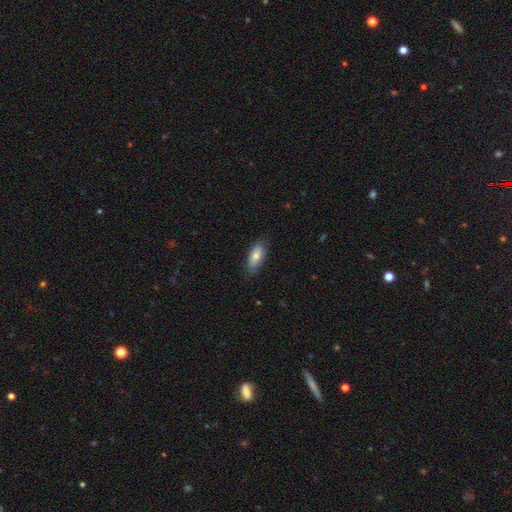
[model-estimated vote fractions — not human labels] Smooth or featured: smooth — 78% (featured or disk — 16%)
How rounded: in between — 80% (cigar-shaped — 17%)
Merging: none — 81% (minor disturbance — 15%)